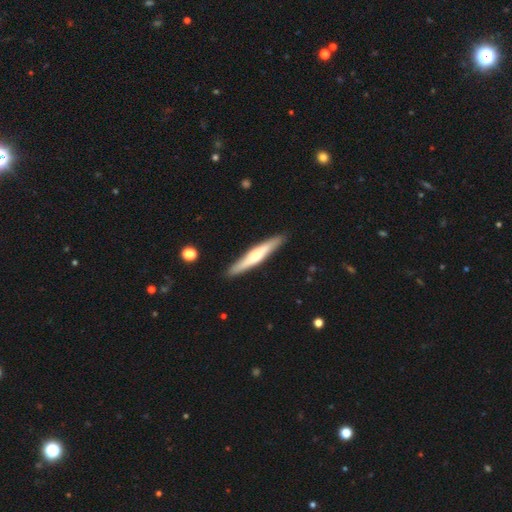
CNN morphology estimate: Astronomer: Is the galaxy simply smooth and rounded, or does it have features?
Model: featured or disk — 54% (runner-up: smooth, 41%).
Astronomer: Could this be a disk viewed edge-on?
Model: yes — 95%.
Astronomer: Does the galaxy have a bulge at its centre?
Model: rounded — 75%.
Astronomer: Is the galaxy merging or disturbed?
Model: none — 90%.